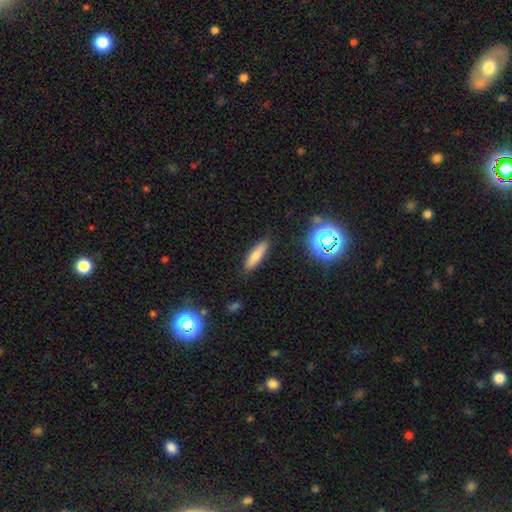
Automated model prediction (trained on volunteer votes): Smooth or featured? Predicted: smooth (p=0.77). How rounded? Predicted: cigar-shaped (p=0.64). Merging? Predicted: none (p=0.86).